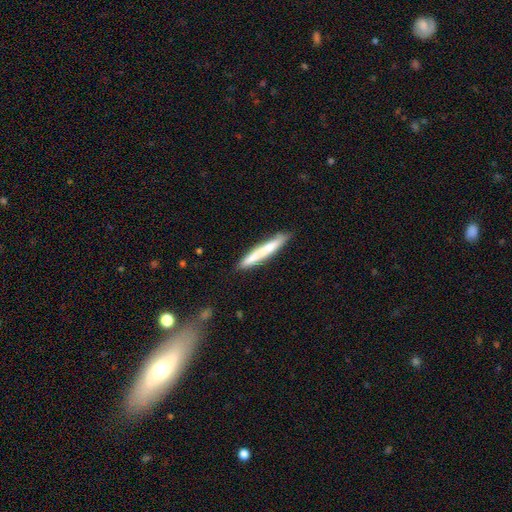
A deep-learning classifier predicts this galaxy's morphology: Smooth or featured: smooth — 68% (featured or disk — 26%)
How rounded: cigar-shaped — 95% (in between — 4%)
Merging: none — 83% (minor disturbance — 12%)